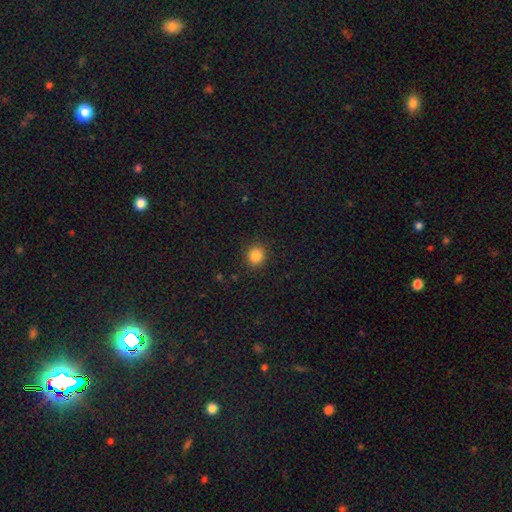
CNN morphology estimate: A smooth galaxy with no disk features (85%) that is round (87%).

Vote fractions:
- Smooth or featured? smooth: 85% / star or artifact: 11% / featured or disk: 4%
- How rounded? round: 87% / in between: 12% / cigar-shaped: 1%
- Merging? none: 90% / minor disturbance: 7% / major disturbance: 2% / merger: 1%